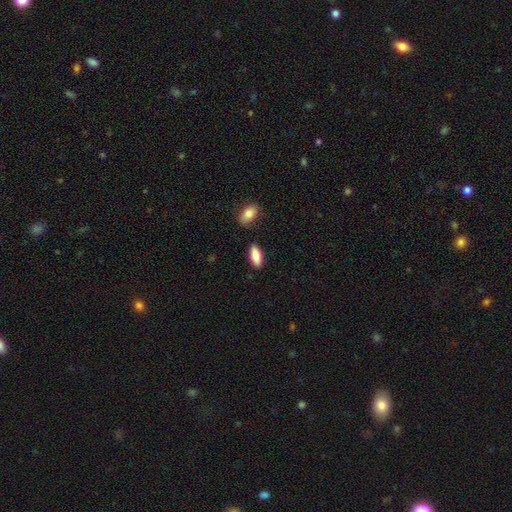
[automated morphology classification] Smooth or featured? smooth (86%)
How rounded? in between (80%)
Merging? none (86%)